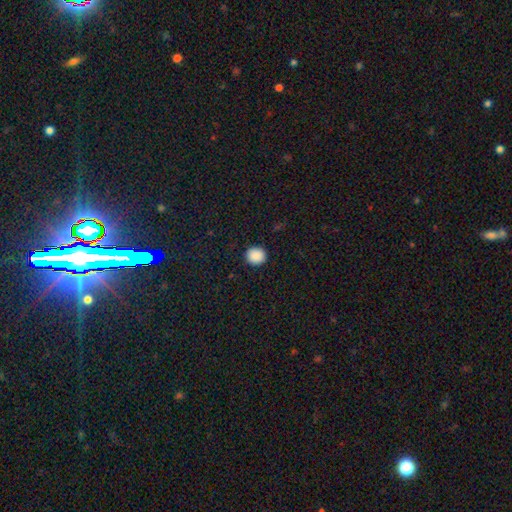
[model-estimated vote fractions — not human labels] Smooth or featured?
  - smooth: 89% *
  - star or artifact: 9%
  - featured or disk: 2%
How rounded?
  - round: 86% *
  - in between: 13%
  - cigar-shaped: 1%
Merging?
  - none: 92% *
  - minor disturbance: 6%
  - major disturbance: 2%
  - merger: 1%